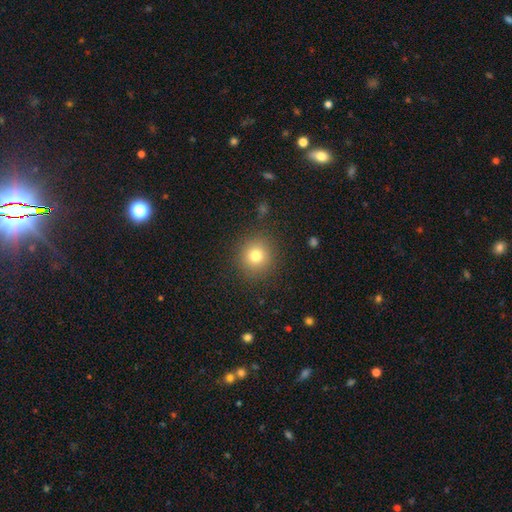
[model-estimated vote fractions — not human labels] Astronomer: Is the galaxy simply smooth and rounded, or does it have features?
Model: smooth — 77%.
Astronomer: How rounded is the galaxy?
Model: round — 91%.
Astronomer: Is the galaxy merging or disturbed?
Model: none — 88%.